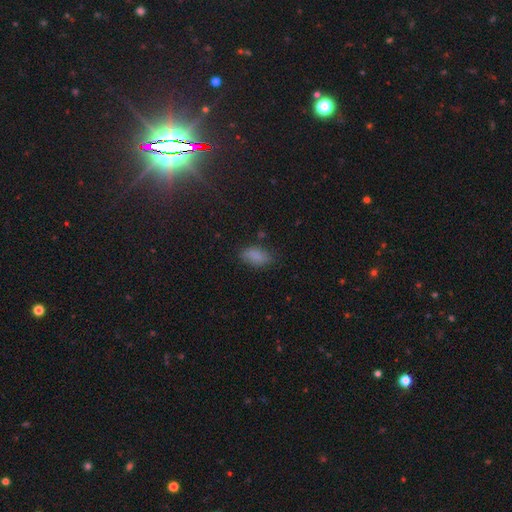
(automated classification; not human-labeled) smooth_or_featured: smooth (p=0.83) [alt: star or artifact p=0.11]
how_rounded: in between (p=0.91) [alt: round p=0.05]
merging: none (p=0.72) [alt: minor disturbance p=0.20]